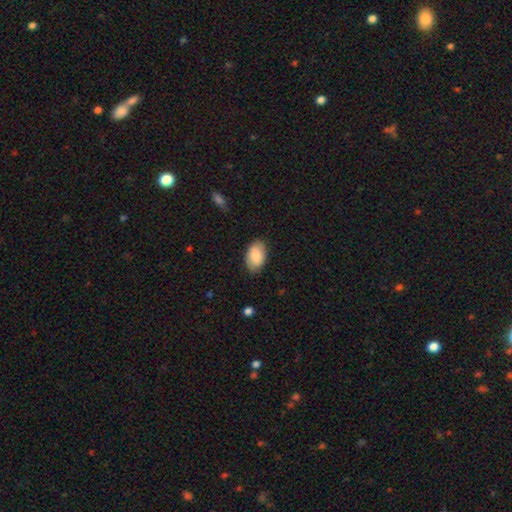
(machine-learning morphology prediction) Smooth or featured? Predicted: smooth (p=0.86). How rounded? Predicted: in between (p=0.93). Merging? Predicted: none (p=0.84).